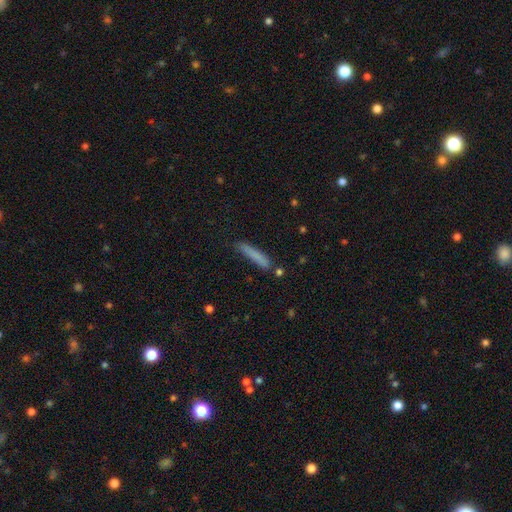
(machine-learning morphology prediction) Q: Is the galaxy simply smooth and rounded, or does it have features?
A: smooth — 79%.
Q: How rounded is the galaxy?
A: cigar-shaped — 94%.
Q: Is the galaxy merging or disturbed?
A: none — 79%.